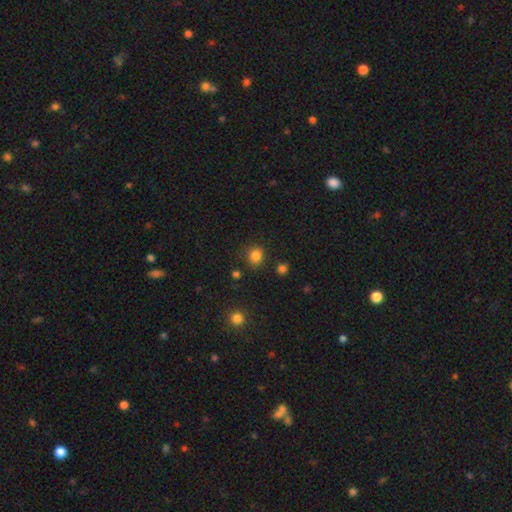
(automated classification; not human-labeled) Smooth or featured? smooth (82%)
How rounded? round (78%)
Merging? none (82%)